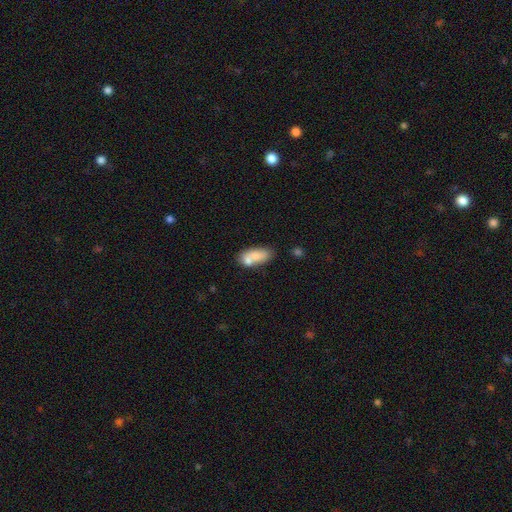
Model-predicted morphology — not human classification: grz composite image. It shows a smooth galaxy with no disk features (74%) that is in between round and cigar-shaped (82%). Merging: none (47%).